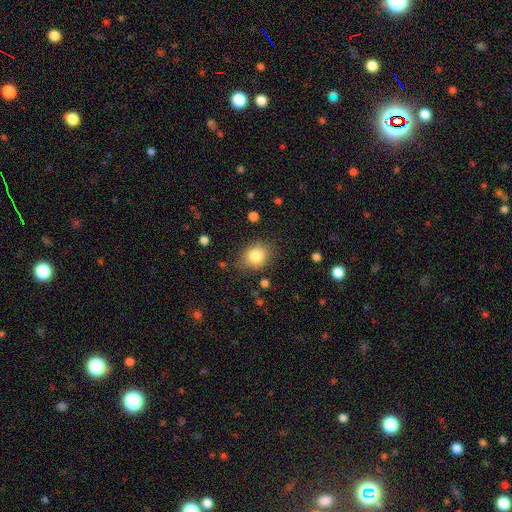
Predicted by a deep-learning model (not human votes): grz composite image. It shows a smooth galaxy with no disk features (83%) that is round (56%). Merging: none (78%).